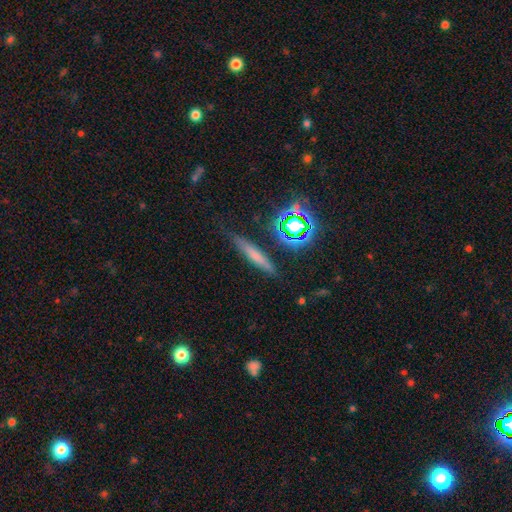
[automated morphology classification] Overall: smooth (58%; featured or disk 26%). How rounded: cigar-shaped (87%). Merging: none (79%).